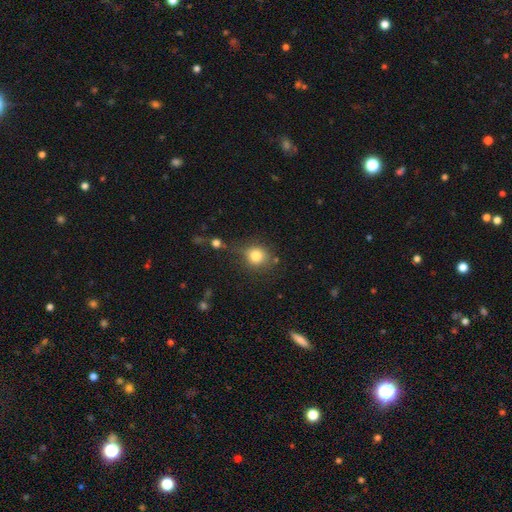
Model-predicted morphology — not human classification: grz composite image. It shows a smooth galaxy with no disk features (81%) that is round (83%). Merging: none (66%).